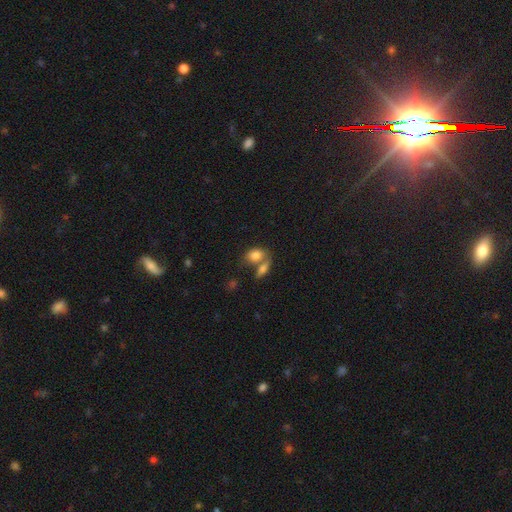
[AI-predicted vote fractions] This appears to be a smooth galaxy with no disk features (81%) that is in between round and cigar-shaped (80%). Merging: merger (47%).